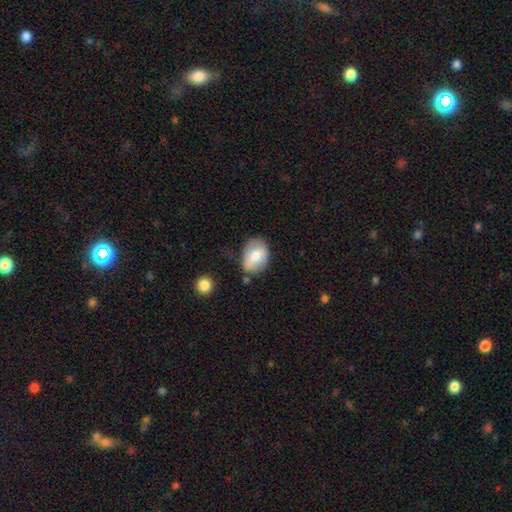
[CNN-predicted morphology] Smooth or featured? Predicted: smooth (p=0.69). How rounded? Predicted: in between (p=0.77). Merging? Predicted: none (p=0.64).